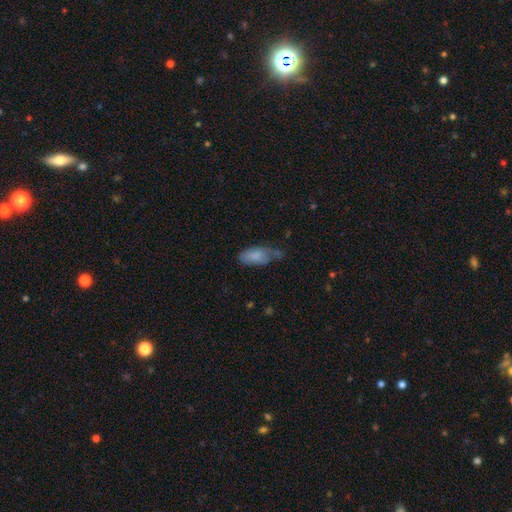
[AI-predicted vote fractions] Overall: smooth (77%). How rounded: in between (89%). Merging: minor disturbance (40%; none 39%).